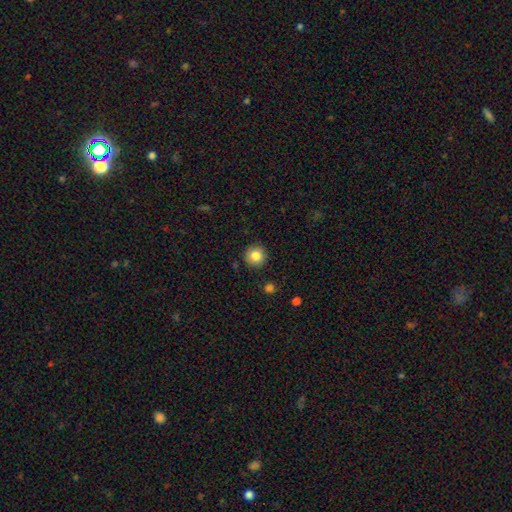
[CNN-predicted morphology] The model was most divided on "smooth or featured": smooth: 84%, star or artifact: 10%, featured or disk: 6%. More confident: how rounded — round (95%); merging — none (90%).